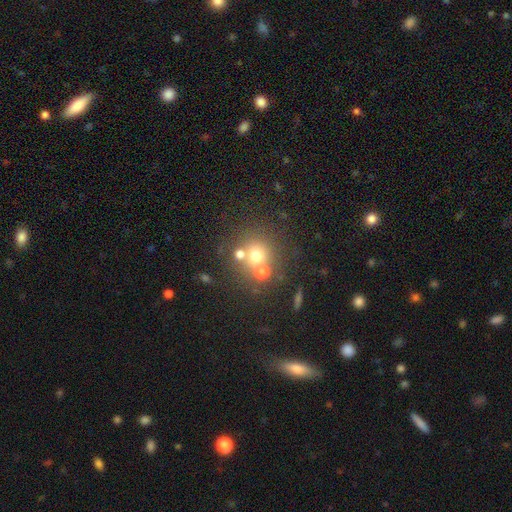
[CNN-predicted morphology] A smooth galaxy with no disk features (65%) that is round (88%). Merging: none (56%).